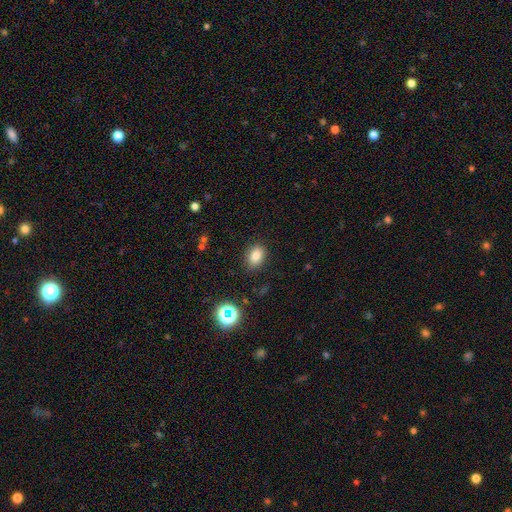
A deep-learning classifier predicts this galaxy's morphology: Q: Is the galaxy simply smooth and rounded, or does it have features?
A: smooth — 81%.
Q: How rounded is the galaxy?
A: in between — 75%.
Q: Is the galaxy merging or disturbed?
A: none — 86%.